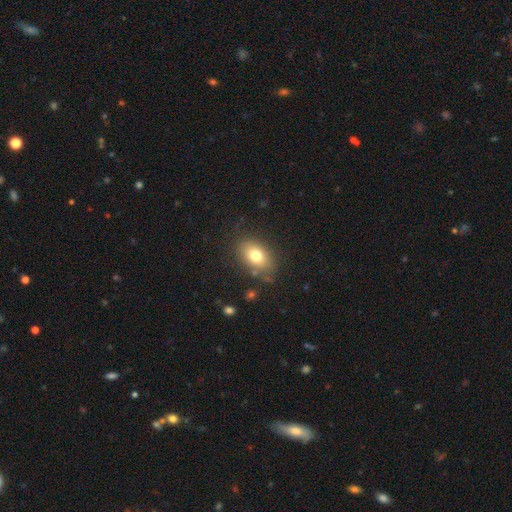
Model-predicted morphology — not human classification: smooth_or_featured: smooth (p=0.76) [alt: featured or disk p=0.14]
how_rounded: in between (p=0.81) [alt: round p=0.17]
merging: none (p=0.80) [alt: minor disturbance p=0.13]